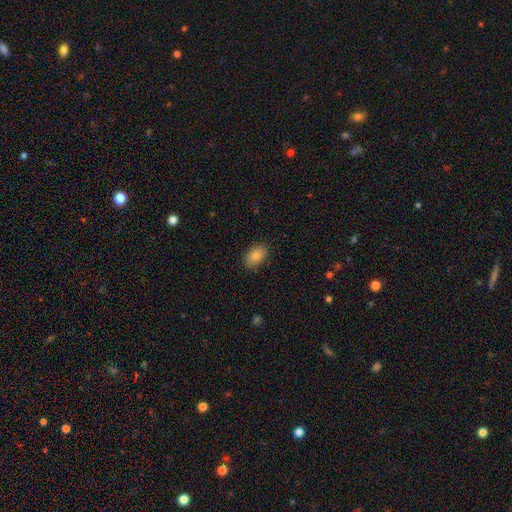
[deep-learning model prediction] Smooth or featured: smooth — 84% (featured or disk — 8%)
How rounded: in between — 91% (round — 8%)
Merging: none — 87% (minor disturbance — 10%)